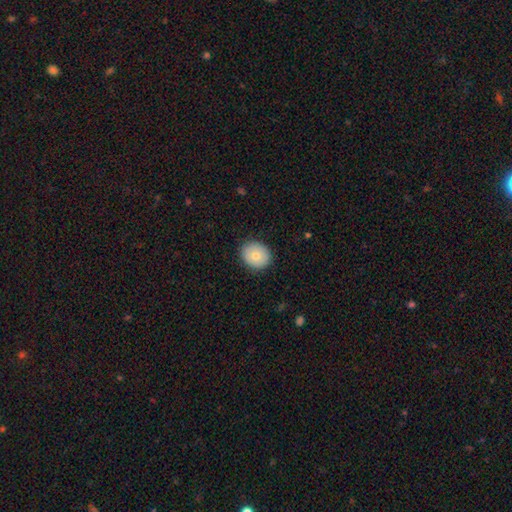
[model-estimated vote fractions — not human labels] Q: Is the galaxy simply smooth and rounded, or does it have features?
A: smooth — 75%.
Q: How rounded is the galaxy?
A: round — 69%.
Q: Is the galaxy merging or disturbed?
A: none — 88%.